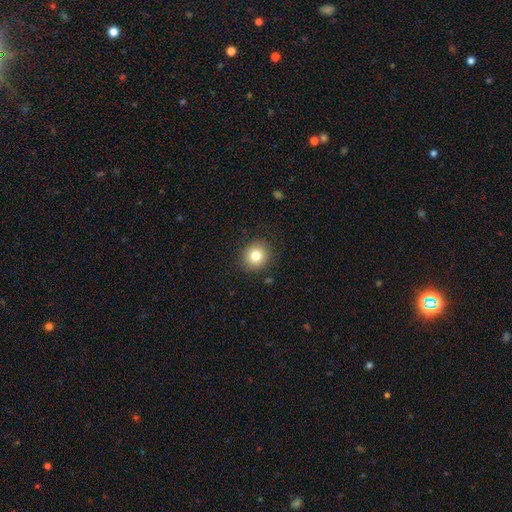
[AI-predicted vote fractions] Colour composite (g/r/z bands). It shows a smooth galaxy with no disk features (80%) that is round (88%). Merging: none (89%).